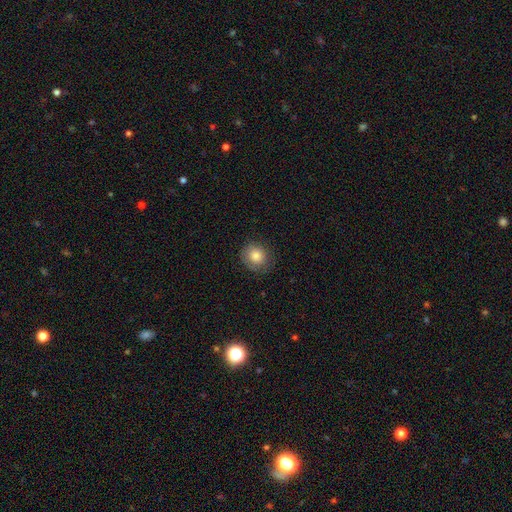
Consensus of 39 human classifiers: Morphology: type=smooth (82%); roundness=round (75%); merging=none (83%).